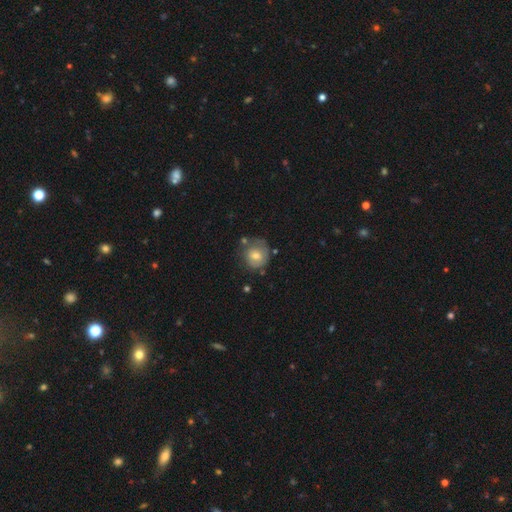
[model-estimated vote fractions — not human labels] The model was most divided on "merging": none: 58%, minor disturbance: 24%, major disturbance: 10%, merger: 8%. More confident: how rounded — round (83%); smooth or featured — smooth (64%).